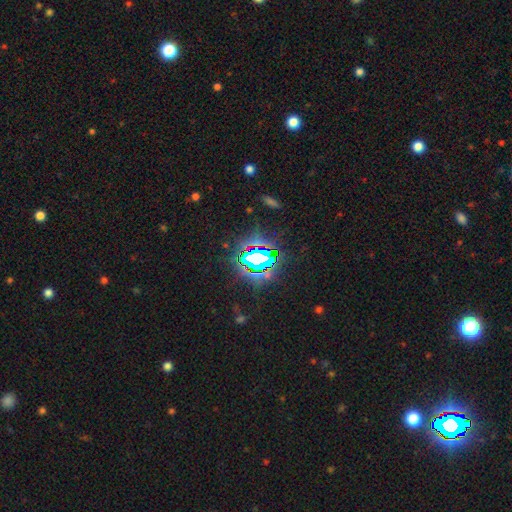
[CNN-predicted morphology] Smooth or featured? star or artifact (79%)